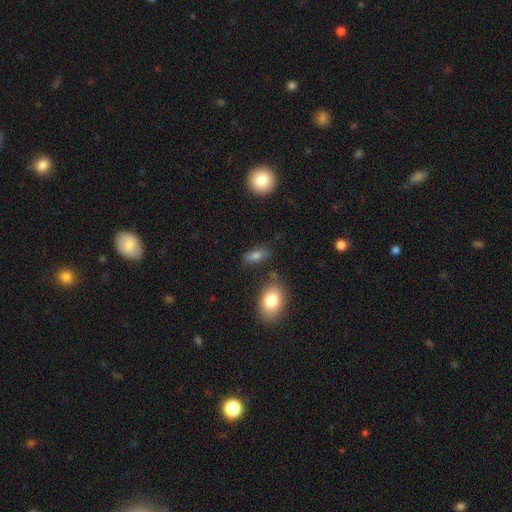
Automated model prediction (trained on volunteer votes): Morphology: type=smooth (77%); roundness=in between (83%); merging=none (71%).